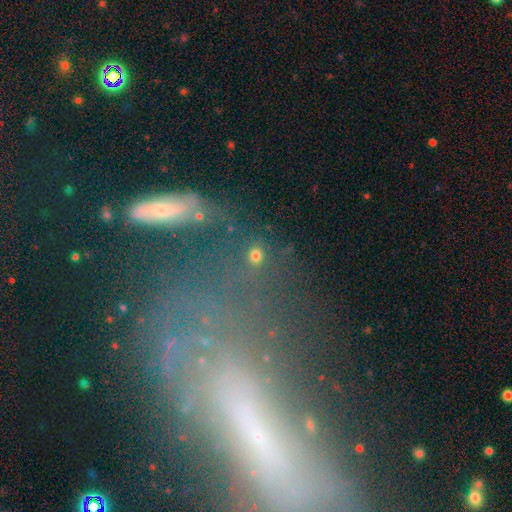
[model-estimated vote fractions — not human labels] A smooth galaxy with no disk features (58%) that is round (77%). Merging: none (73%).